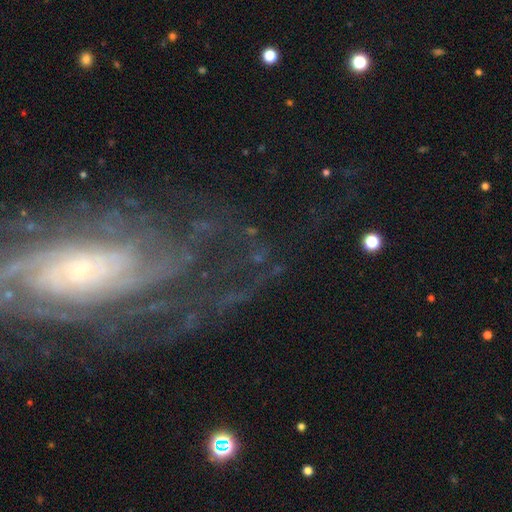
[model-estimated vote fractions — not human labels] Overall: featured or disk (73%). Edge-on disk: no (92%). Bar: no (69%). Spiral arms: yes (82%). Spiral arm count: can't tell (46%; 2 14%). Spiral winding: tight (52%; medium 30%). Bulge size: small (55%; moderate 24%). Merging: none (60%; major disturbance 21%).